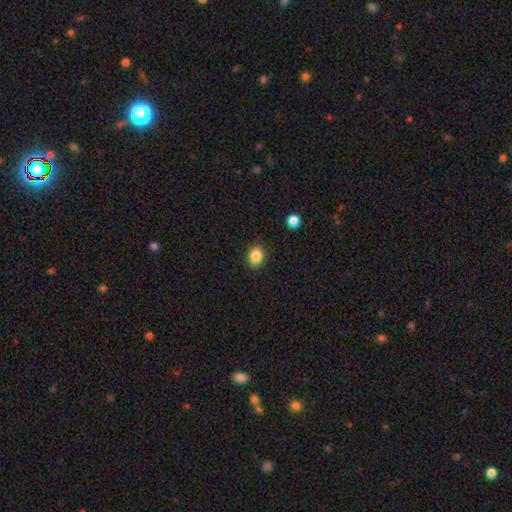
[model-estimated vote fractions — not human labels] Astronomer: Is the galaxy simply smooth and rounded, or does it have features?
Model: smooth — 86%.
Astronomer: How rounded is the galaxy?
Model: round — 54% (runner-up: in between, 45%).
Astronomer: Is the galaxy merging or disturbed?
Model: none — 88%.